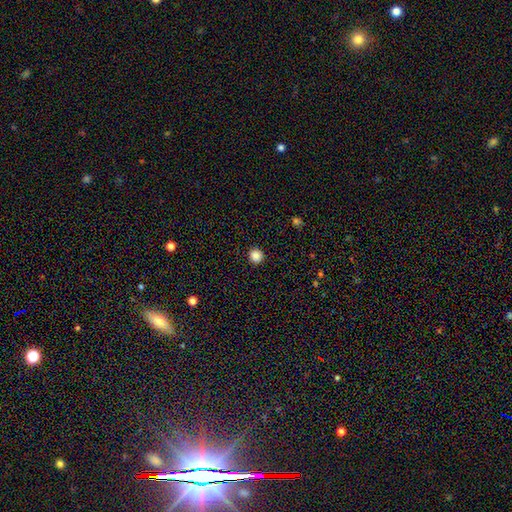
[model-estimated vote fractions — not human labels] smooth 87%, star or artifact 11%, featured or disk 3%. Down the decision tree: how rounded — round (94%); merging — none (93%).